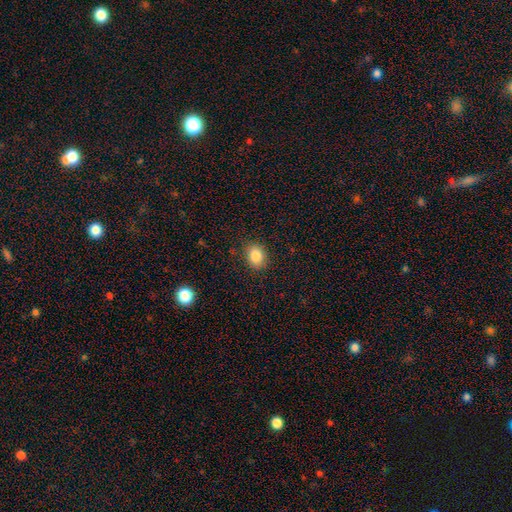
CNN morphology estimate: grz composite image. It shows a smooth galaxy with no disk features (85%) that is in between round and cigar-shaped (54%). Merging: none (87%).